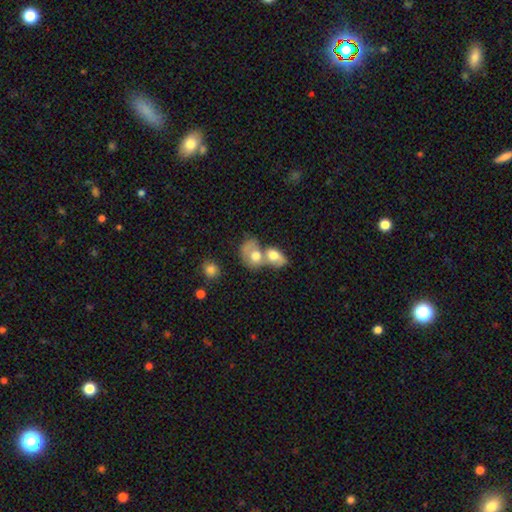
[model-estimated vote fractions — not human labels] Overall: smooth (51%; featured or disk 30%). How rounded: in between (53%; round 43%). Merging: merger (50%; none 35%).